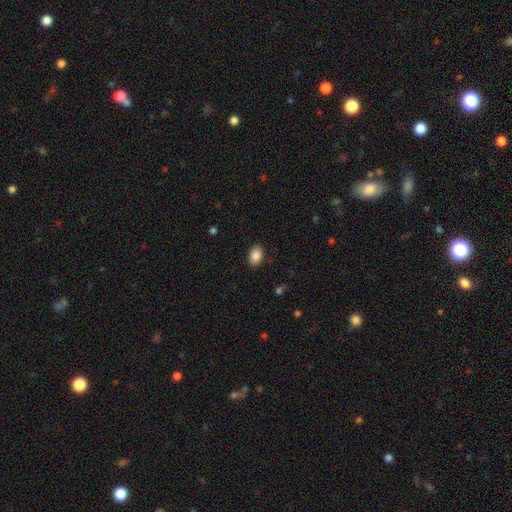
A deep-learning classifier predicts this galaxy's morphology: A smooth galaxy with no disk features (88%) that is in between round and cigar-shaped (82%).

Vote fractions:
- Smooth or featured? smooth: 88% / star or artifact: 8% / featured or disk: 4%
- How rounded? in between: 82% / round: 17% / cigar-shaped: 1%
- Merging? none: 88% / minor disturbance: 9% / major disturbance: 2% / merger: 1%